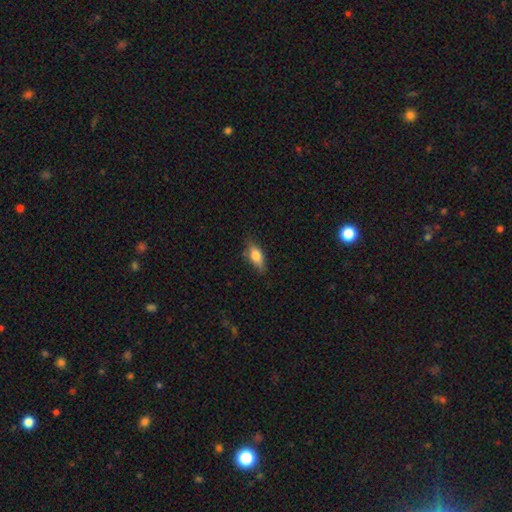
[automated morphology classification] Smooth or featured?
  - smooth: 74% *
  - featured or disk: 19%
  - star or artifact: 8%
How rounded?
  - in between: 77% *
  - cigar-shaped: 19%
  - round: 5%
Merging?
  - none: 72% *
  - minor disturbance: 22%
  - major disturbance: 4%
  - merger: 2%